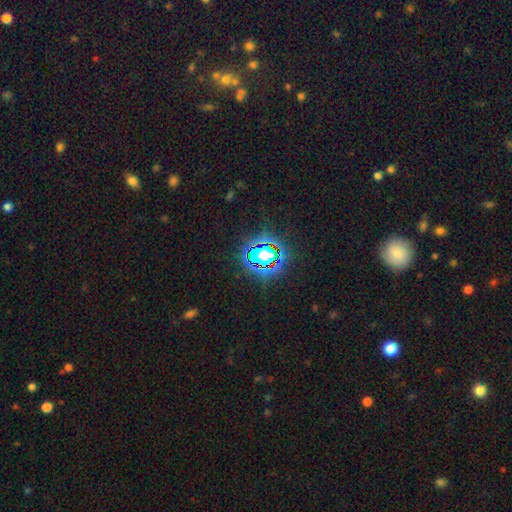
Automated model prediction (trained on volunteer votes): This is likely a star or artifact rather than a galaxy (79%).